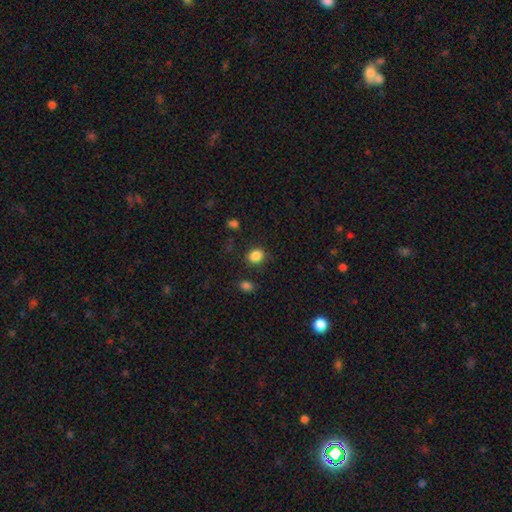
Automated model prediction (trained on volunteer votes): Morphology: type=smooth (85%); roundness=round (59%); merging=none (81%).